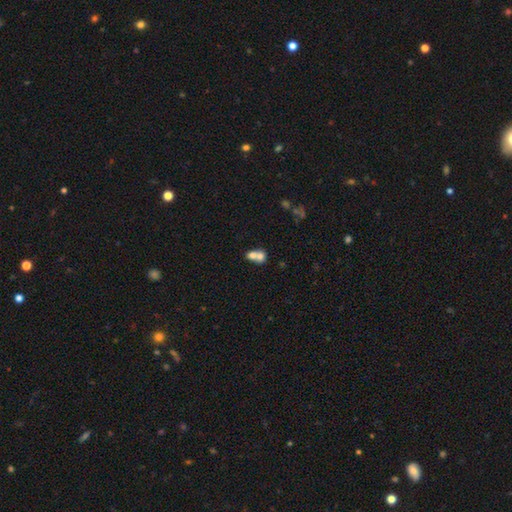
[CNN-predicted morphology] A smooth galaxy with no disk features (69%) that is round (55%). Merging: merger (72%).